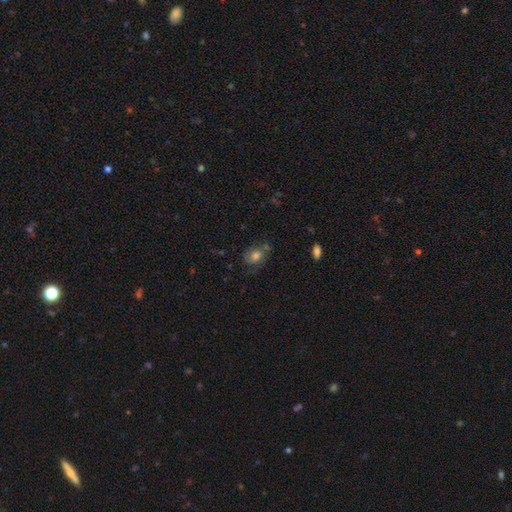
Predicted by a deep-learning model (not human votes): smooth_or_featured: smooth (p=0.52) [alt: featured or disk p=0.35]
how_rounded: in between (p=0.60) [alt: round p=0.39]
merging: none (p=0.56) [alt: minor disturbance p=0.24]